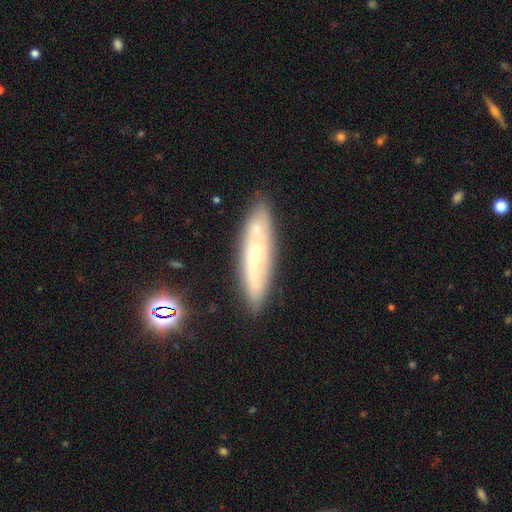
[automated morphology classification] Smooth or featured? featured or disk (53%)
Edge-on disk? no (53%)
Merging? none (81%)